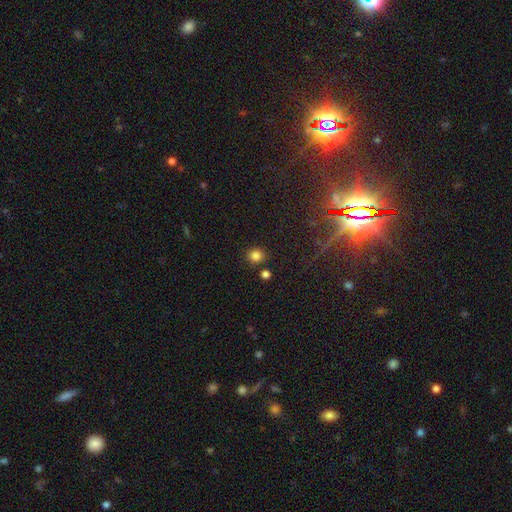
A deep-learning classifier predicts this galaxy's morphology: This appears to be a smooth galaxy with no disk features (82%) that is round (84%). Merging: none (84%).